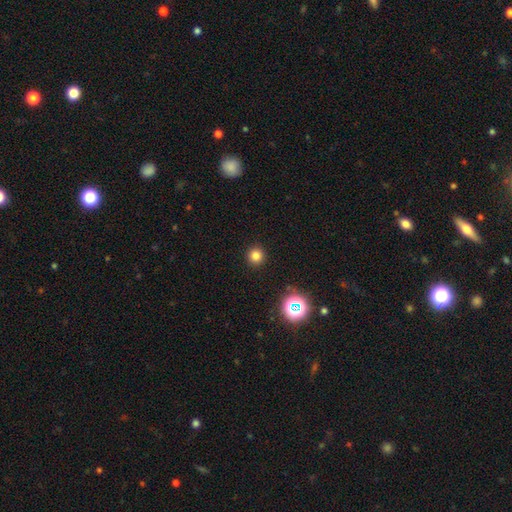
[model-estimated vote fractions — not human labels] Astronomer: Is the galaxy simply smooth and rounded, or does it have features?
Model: smooth — 79%.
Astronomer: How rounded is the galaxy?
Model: round — 94%.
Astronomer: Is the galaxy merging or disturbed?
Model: none — 92%.